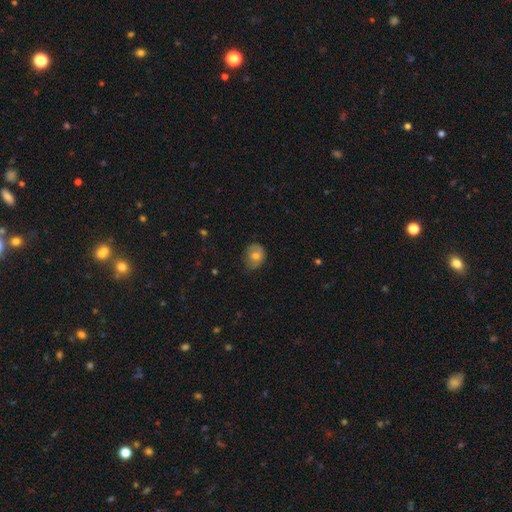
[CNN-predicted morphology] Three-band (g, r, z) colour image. It shows a smooth galaxy with no disk features (71%) that is round (50%). Merging: none (57%).